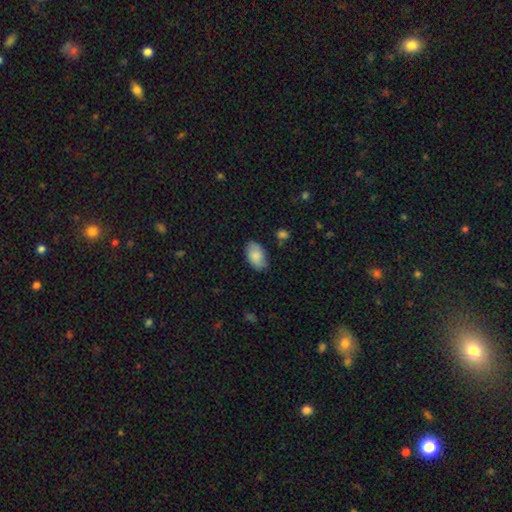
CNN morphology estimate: Q: Smooth or featured?
A: smooth (84%); runner-up: featured or disk (10%)
Q: How rounded?
A: in between (93%); runner-up: round (6%)
Q: Merging?
A: none (79%); runner-up: minor disturbance (17%)